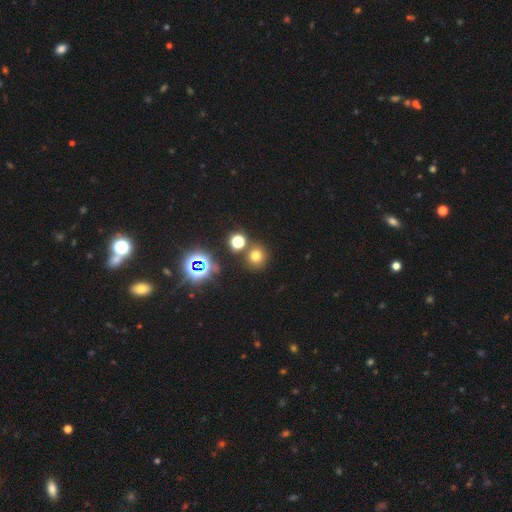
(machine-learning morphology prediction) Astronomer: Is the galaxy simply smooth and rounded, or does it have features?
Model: smooth — 64%.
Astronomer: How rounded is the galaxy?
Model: round — 90%.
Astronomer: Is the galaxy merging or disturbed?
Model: none — 79%.